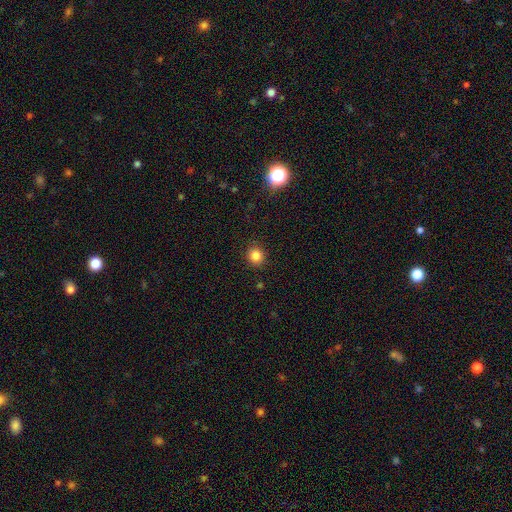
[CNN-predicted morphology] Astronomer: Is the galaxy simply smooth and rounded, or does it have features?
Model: smooth — 84%.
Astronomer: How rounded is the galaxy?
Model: round — 89%.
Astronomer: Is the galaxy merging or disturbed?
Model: none — 90%.